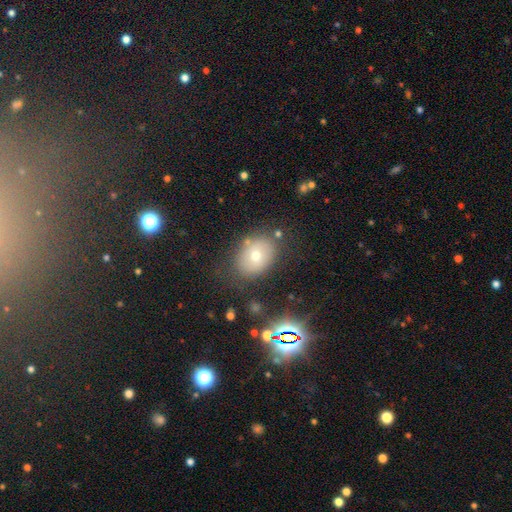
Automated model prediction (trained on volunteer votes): A smooth galaxy with no disk features (65%) that is in between round and cigar-shaped (66%).

Vote fractions:
- Smooth or featured? smooth: 65% / featured or disk: 22% / star or artifact: 13%
- How rounded? in between: 66% / round: 33% / cigar-shaped: 1%
- Merging? none: 75% / minor disturbance: 15% / major disturbance: 6% / merger: 5%